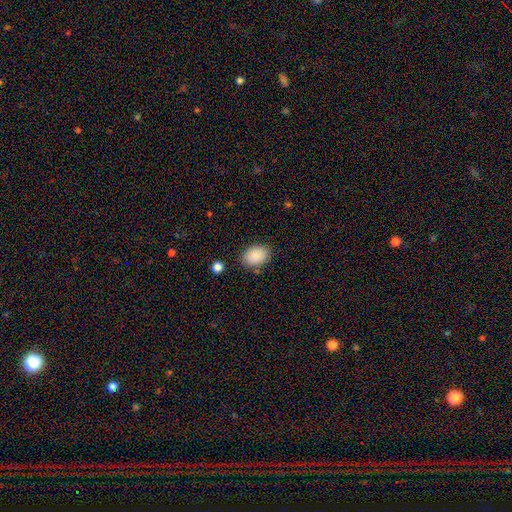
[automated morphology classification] Overall: smooth (89%). How rounded: in between (85%). Merging: none (83%).